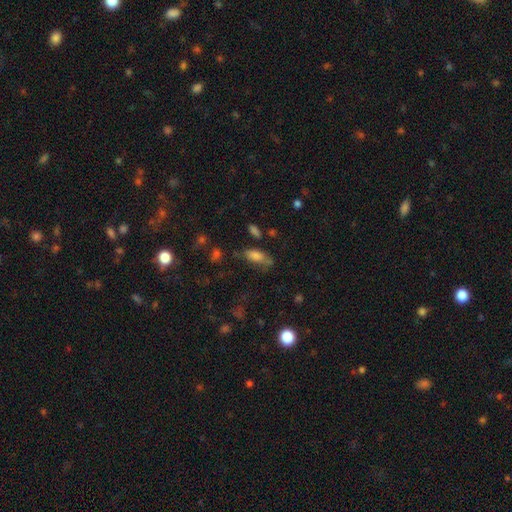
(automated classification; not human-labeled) Morphology: type=smooth (73%); roundness=in between (77%); merging=none (55%).